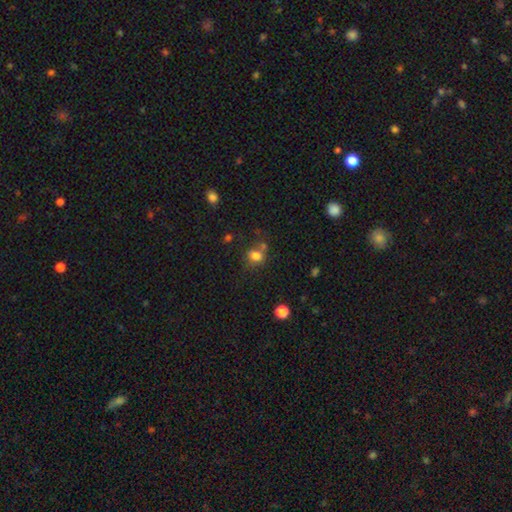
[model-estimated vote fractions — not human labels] smooth_or_featured: smooth (p=0.77) [alt: star or artifact p=0.14]
how_rounded: round (p=0.56) [alt: in between p=0.43]
merging: none (p=0.55) [alt: merger p=0.21]